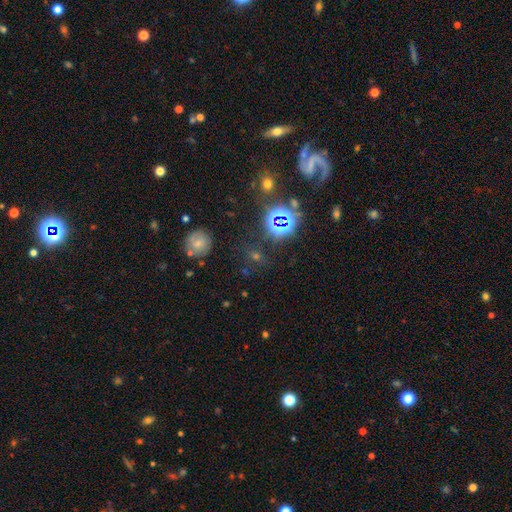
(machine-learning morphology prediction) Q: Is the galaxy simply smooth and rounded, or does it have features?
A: star or artifact — 53%.